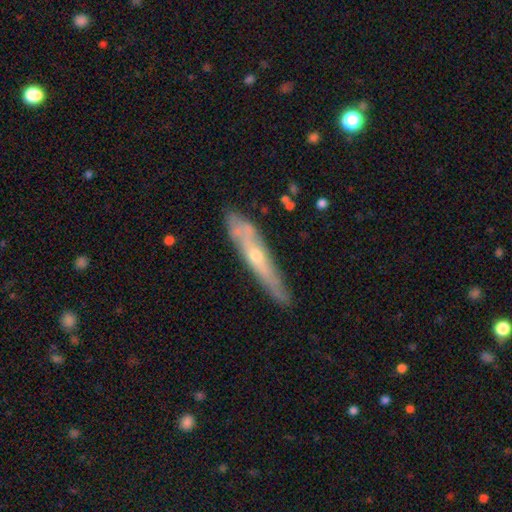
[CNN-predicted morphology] Overall: featured or disk (63%; smooth 32%). Edge-on disk: yes (71%). Merging: none (72%).